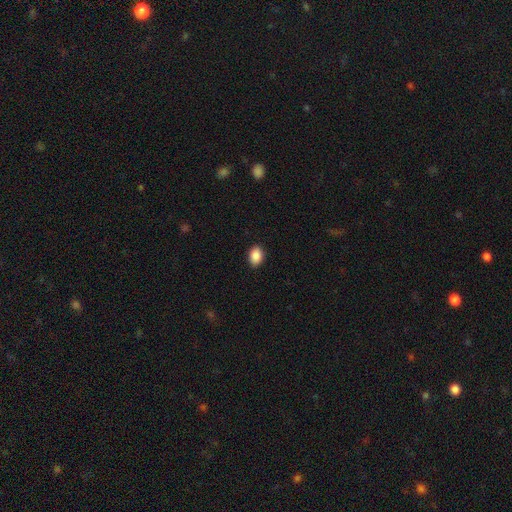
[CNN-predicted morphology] The model was most divided on "how rounded": in between: 79%, round: 20%, cigar-shaped: 1%. More confident: merging — none (90%); smooth or featured — smooth (90%).